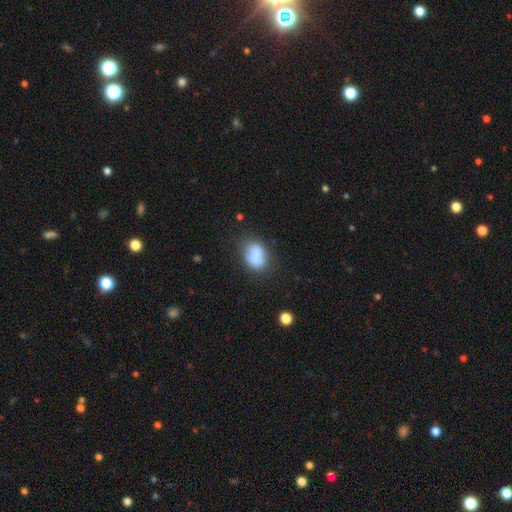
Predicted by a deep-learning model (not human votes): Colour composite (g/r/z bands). It shows a smooth galaxy with no disk features (79%) that is in between round and cigar-shaped (76%). Merging: none (58%).